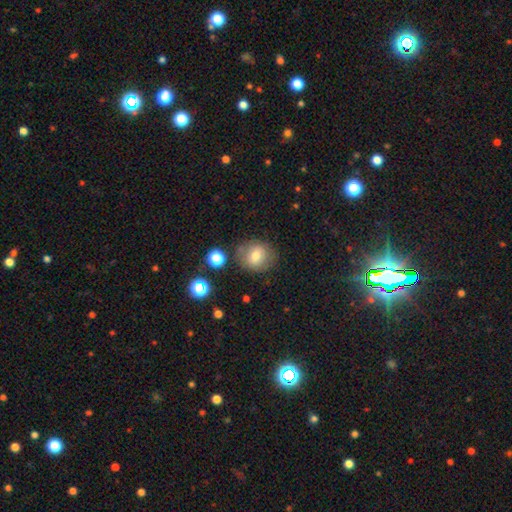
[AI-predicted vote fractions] A smooth galaxy with no disk features (73%) that is round (80%).

Vote fractions:
- Smooth or featured? smooth: 73% / featured or disk: 16% / star or artifact: 11%
- How rounded? round: 80% / in between: 19% / cigar-shaped: 1%
- Merging? none: 78% / minor disturbance: 14% / major disturbance: 5% / merger: 4%